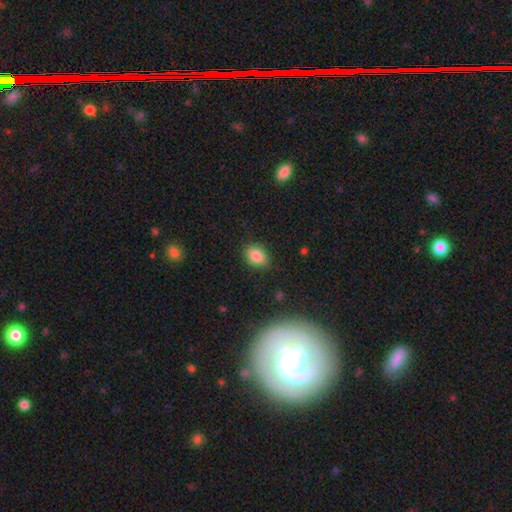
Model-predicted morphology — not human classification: Smooth or featured?
  - smooth: 85% *
  - star or artifact: 9%
  - featured or disk: 6%
How rounded?
  - in between: 79% *
  - round: 19%
  - cigar-shaped: 2%
Merging?
  - none: 84% *
  - minor disturbance: 12%
  - major disturbance: 3%
  - merger: 1%